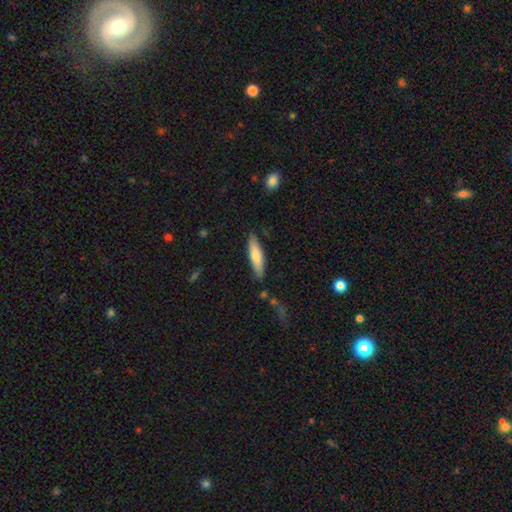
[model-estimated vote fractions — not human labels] Smooth or featured: smooth — 74% (featured or disk — 21%)
How rounded: cigar-shaped — 74% (in between — 25%)
Merging: none — 85% (minor disturbance — 11%)